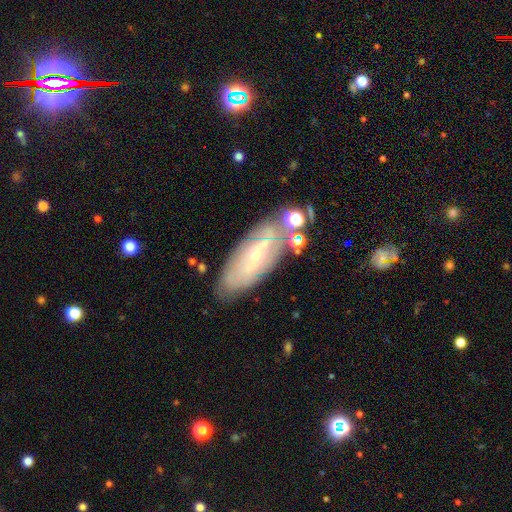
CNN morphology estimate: smooth-or-featured: featured or disk: 67% | smooth: 25% | star or artifact: 8%
  disk-edge-on: no: 85% | yes: 15%
    bar: no: 67% | weak: 24% | strong: 10%
    has-spiral-arms: yes: 63% | no: 37%
    bulge-size: small: 78% | moderate: 18% | none: 1% | large: 1% | dominant: 1%
  merging: none: 66% | minor disturbance: 19% | merger: 8% | major disturbance: 7%